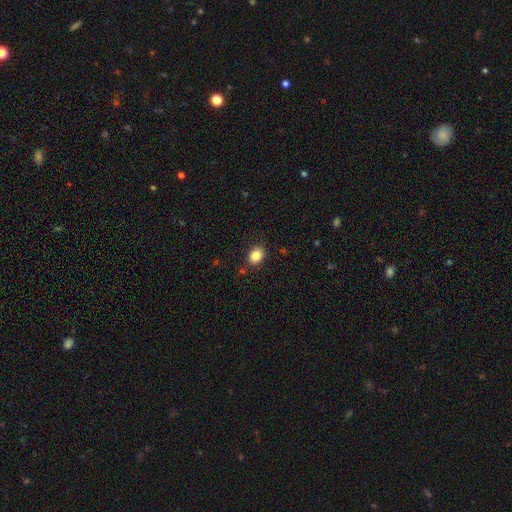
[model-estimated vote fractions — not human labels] Q: Smooth or featured?
A: smooth (86%); runner-up: star or artifact (10%)
Q: How rounded?
A: in between (57%); runner-up: round (42%)
Q: Merging?
A: none (83%); runner-up: minor disturbance (11%)